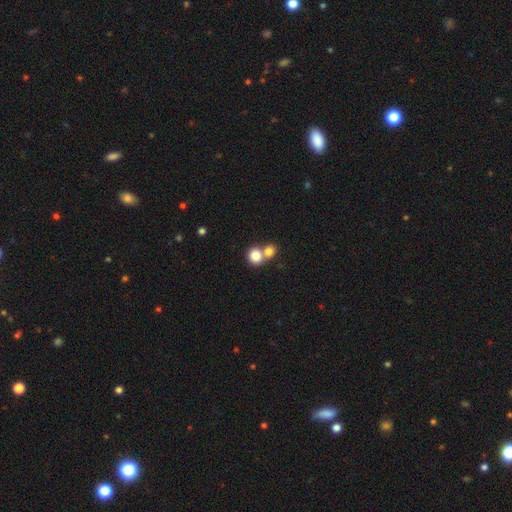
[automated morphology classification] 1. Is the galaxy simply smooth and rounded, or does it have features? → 83% smooth, 9% star or artifact, 9% featured or disk.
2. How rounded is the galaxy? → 78% round, 22% in between, 1% cigar-shaped.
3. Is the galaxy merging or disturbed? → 56% merger, 36% none, 6% minor disturbance, 3% major disturbance.